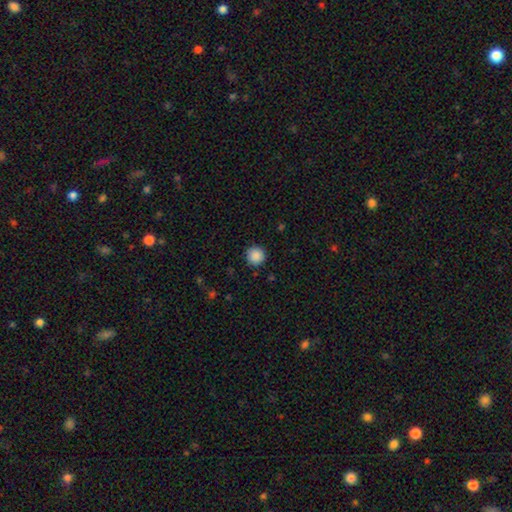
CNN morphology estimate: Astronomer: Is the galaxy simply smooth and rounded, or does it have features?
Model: smooth — 88%.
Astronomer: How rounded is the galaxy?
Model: round — 95%.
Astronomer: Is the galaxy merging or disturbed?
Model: none — 91%.